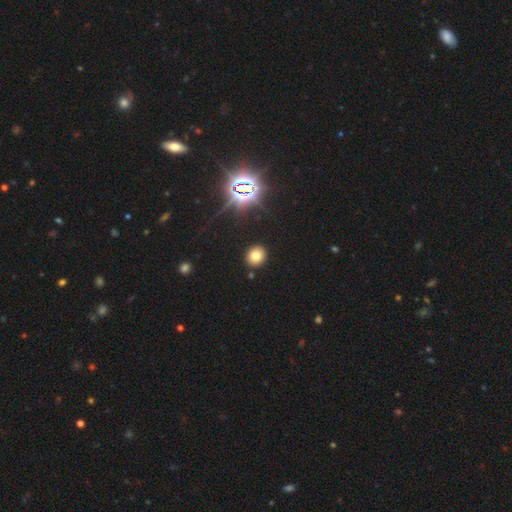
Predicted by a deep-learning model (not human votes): Q: Smooth or featured?
A: smooth (72%); runner-up: star or artifact (19%)
Q: How rounded?
A: round (75%); runner-up: in between (24%)
Q: Merging?
A: none (89%); runner-up: minor disturbance (6%)